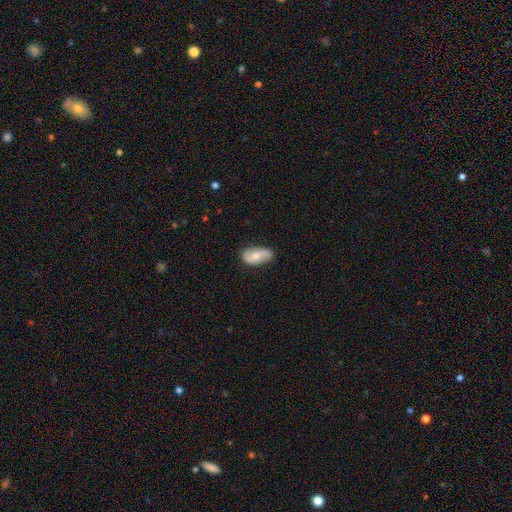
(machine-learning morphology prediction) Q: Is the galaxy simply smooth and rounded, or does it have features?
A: smooth — 55%.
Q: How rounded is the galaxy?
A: in between — 92%.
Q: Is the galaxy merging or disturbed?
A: none — 77%.